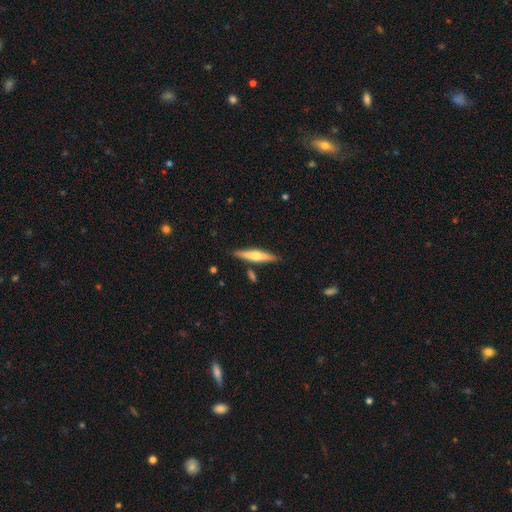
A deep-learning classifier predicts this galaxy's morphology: Smooth or featured?
  - featured or disk: 56% *
  - smooth: 38%
  - star or artifact: 6%
Edge-on disk?
  - yes: 96% *
  - no: 4%
Edge-on bulge?
  - rounded: 88% *
  - none: 7%
  - boxy: 5%
Merging?
  - none: 84% *
  - minor disturbance: 10%
  - merger: 4%
  - major disturbance: 2%